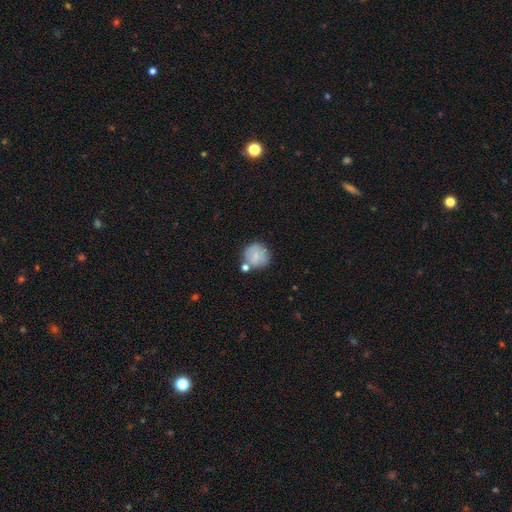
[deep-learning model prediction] A smooth galaxy with no disk features (77%) that is round (91%). Merging: none (62%).